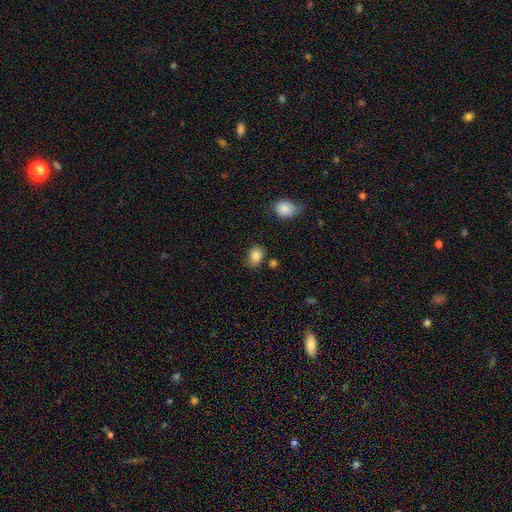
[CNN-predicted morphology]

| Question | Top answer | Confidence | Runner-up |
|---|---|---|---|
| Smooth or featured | smooth | 86% | star or artifact (9%) |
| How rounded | in between | 72% | round (27%) |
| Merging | none | 73% | minor disturbance (18%) |